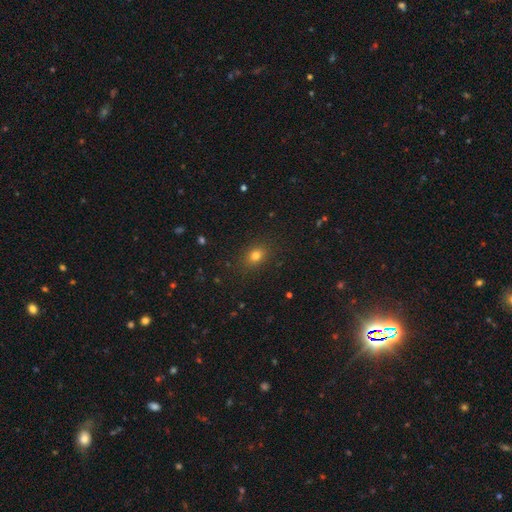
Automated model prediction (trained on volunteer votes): smooth_or_featured: smooth (p=0.79) [alt: star or artifact p=0.14]
how_rounded: in between (p=0.62) [alt: round p=0.36]
merging: none (p=0.86) [alt: minor disturbance p=0.10]